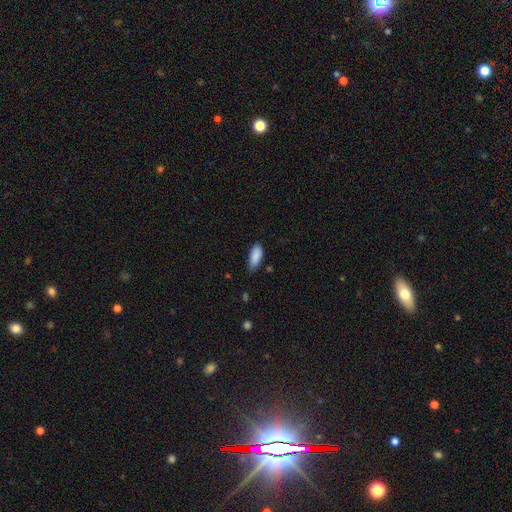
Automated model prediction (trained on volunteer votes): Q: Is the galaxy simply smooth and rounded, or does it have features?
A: smooth — 89%.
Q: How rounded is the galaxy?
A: in between — 86%.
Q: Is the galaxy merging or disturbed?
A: none — 69%.